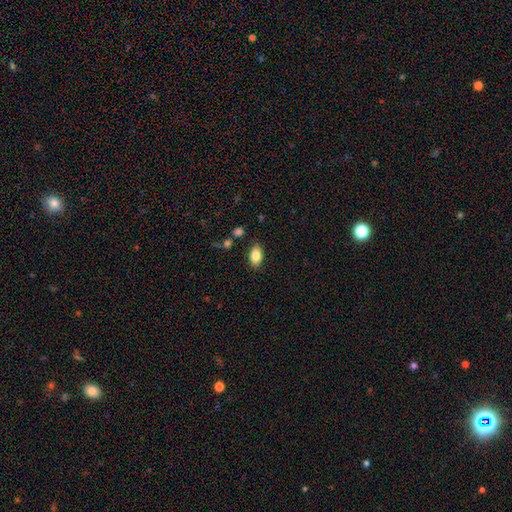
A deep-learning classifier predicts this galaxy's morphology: A smooth galaxy with no disk features (84%) that is in between round and cigar-shaped (91%). Merging: none (86%).